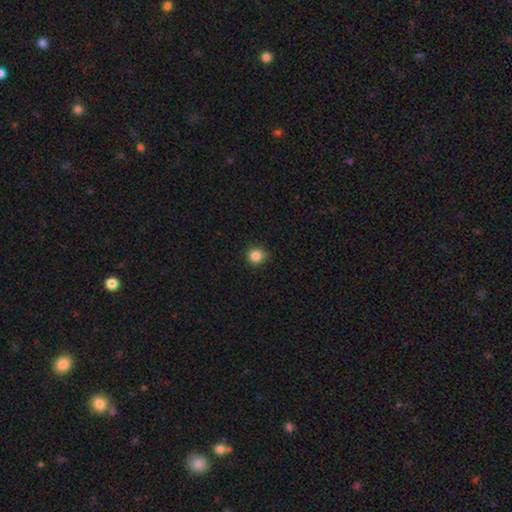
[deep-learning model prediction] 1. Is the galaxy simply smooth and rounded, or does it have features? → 85% smooth, 11% star or artifact, 4% featured or disk.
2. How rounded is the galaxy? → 92% round, 7% in between, 1% cigar-shaped.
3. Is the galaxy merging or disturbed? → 86% none, 10% minor disturbance, 2% major disturbance, 1% merger.